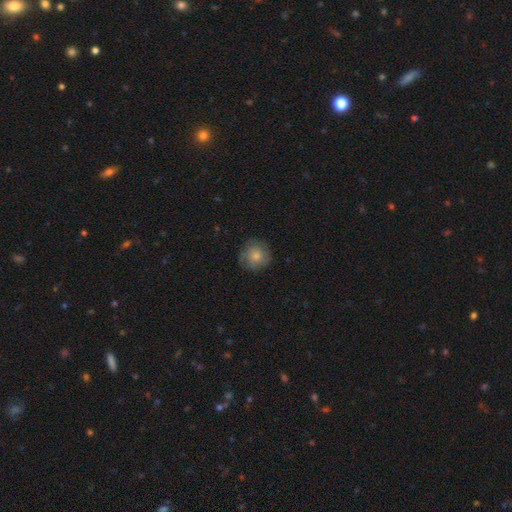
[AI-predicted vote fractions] This appears to be a smooth galaxy with no disk features (75%) that is round (92%). Merging: none (81%).